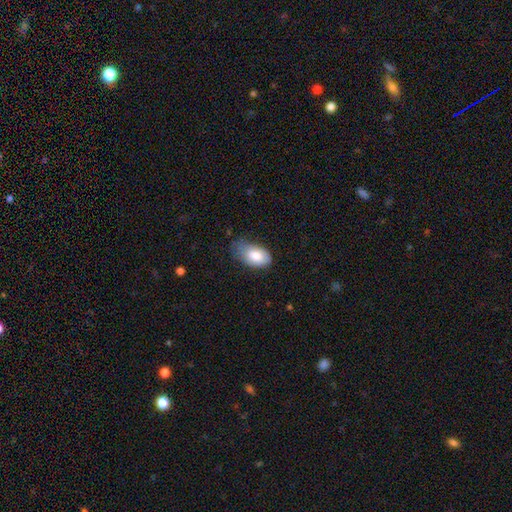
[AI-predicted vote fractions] Morphology: type=smooth (81%); roundness=in between (93%); merging=minor disturbance (44%).